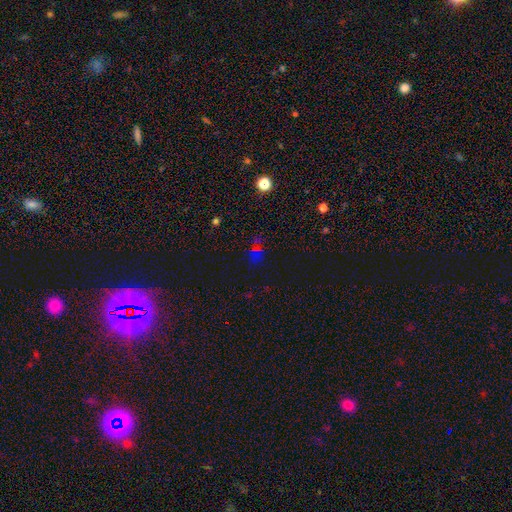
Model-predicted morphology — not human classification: Overall: star or artifact (46%; smooth 44%).